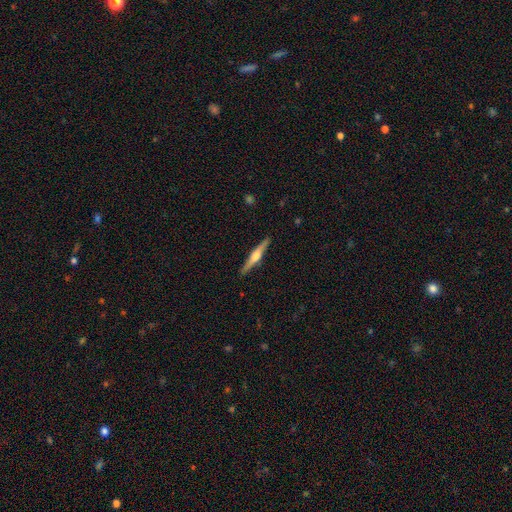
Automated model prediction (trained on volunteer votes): A featured or disk galaxy (66%) viewed edge-on (98%) with a rounded central bulge (86%). Merging: none (90%).